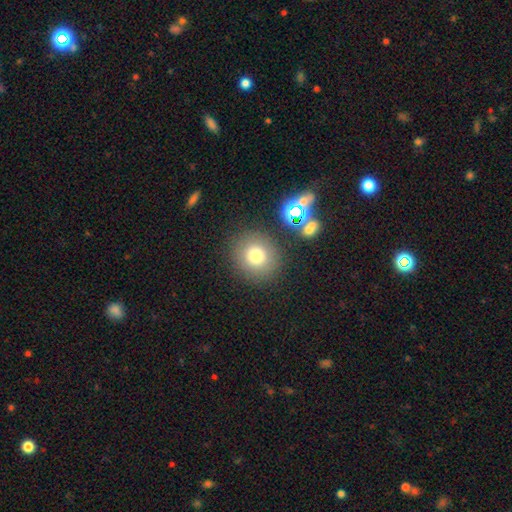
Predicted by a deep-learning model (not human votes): Q: Smooth or featured?
A: smooth (76%); runner-up: star or artifact (14%)
Q: How rounded?
A: round (87%); runner-up: in between (12%)
Q: Merging?
A: none (83%); runner-up: minor disturbance (8%)